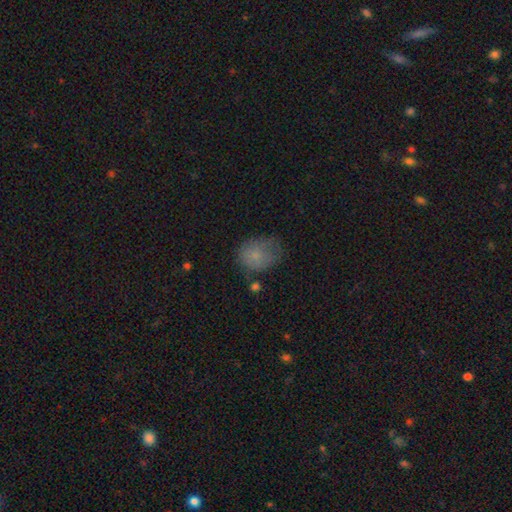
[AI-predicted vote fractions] Smooth or featured: smooth — 76% (featured or disk — 14%)
How rounded: in between — 52% (round — 47%)
Merging: none — 45% (minor disturbance — 33%)